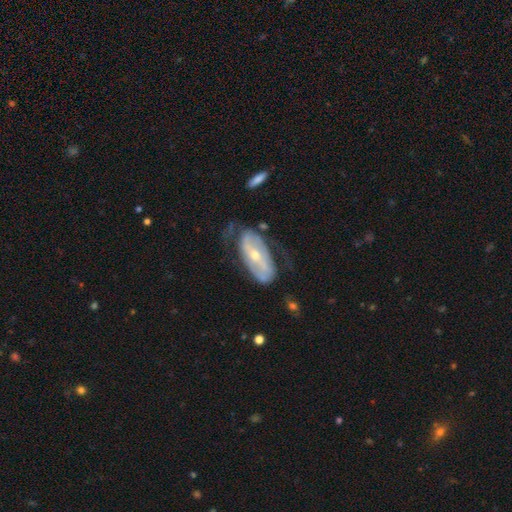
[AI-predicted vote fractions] A featured or disk galaxy (76%) with a strong bar (44%), spiral arms (72%) and a small central bulge (56%). Merging: none (52%).